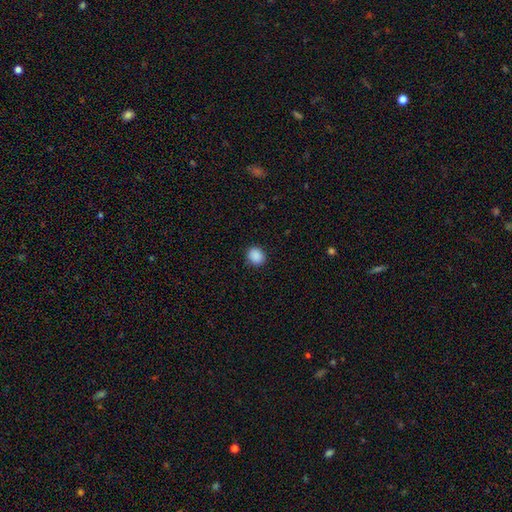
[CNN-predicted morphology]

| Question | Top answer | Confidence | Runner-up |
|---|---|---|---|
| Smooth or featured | smooth | 89% | star or artifact (8%) |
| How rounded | round | 70% | in between (29%) |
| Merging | none | 90% | minor disturbance (7%) |